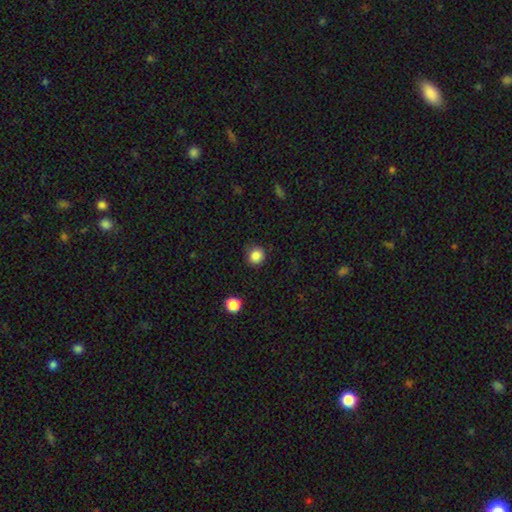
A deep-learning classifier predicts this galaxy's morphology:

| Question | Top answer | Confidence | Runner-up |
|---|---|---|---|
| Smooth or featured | smooth | 85% | star or artifact (11%) |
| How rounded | round | 91% | in between (8%) |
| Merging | none | 88% | minor disturbance (8%) |